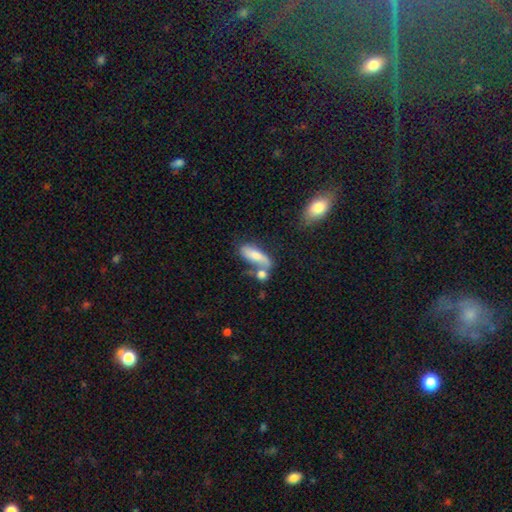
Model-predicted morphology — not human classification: Overall: smooth (71%). How rounded: in between (61%; cigar-shaped 35%). Merging: none (37%; merger 35%).